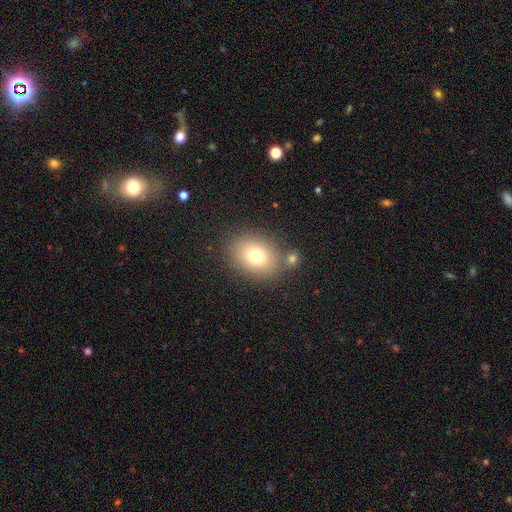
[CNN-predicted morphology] A smooth galaxy with no disk features (76%) that is in between round and cigar-shaped (55%).

Vote fractions:
- Smooth or featured? smooth: 76% / featured or disk: 12% / star or artifact: 11%
- How rounded? in between: 55% / round: 44% / cigar-shaped: 1%
- Merging? none: 76% / minor disturbance: 11% / merger: 9% / major disturbance: 4%